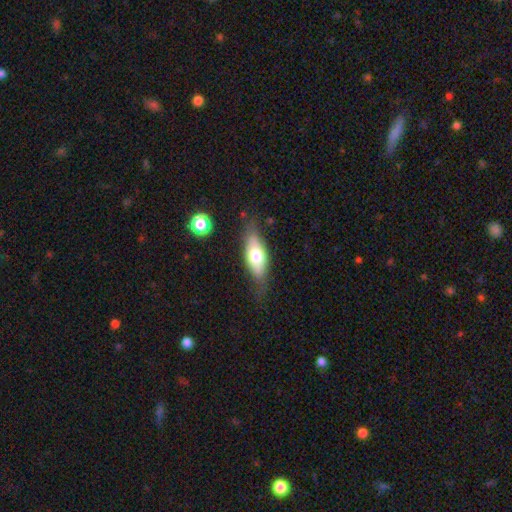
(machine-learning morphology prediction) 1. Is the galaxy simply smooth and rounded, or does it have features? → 58% smooth, 35% featured or disk, 7% star or artifact.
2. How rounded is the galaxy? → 72% in between, 24% cigar-shaped, 3% round.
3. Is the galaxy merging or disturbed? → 69% none, 22% minor disturbance, 7% major disturbance, 2% merger.